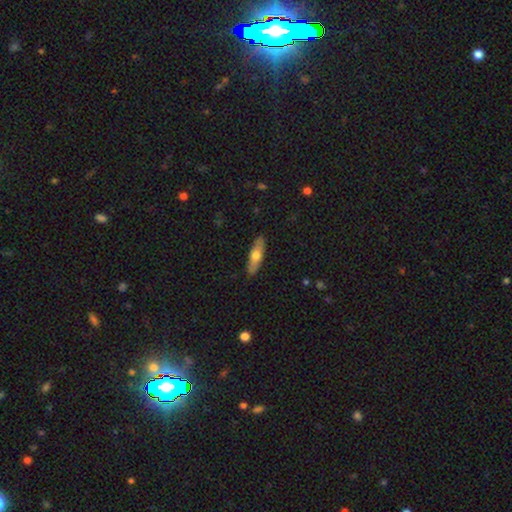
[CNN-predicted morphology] smooth-or-featured: smooth: 60% | featured or disk: 35% | star or artifact: 6%
  how-rounded: cigar-shaped: 58% | in between: 39% | round: 2%
  merging: none: 89% | minor disturbance: 8% | major disturbance: 2% | merger: 1%